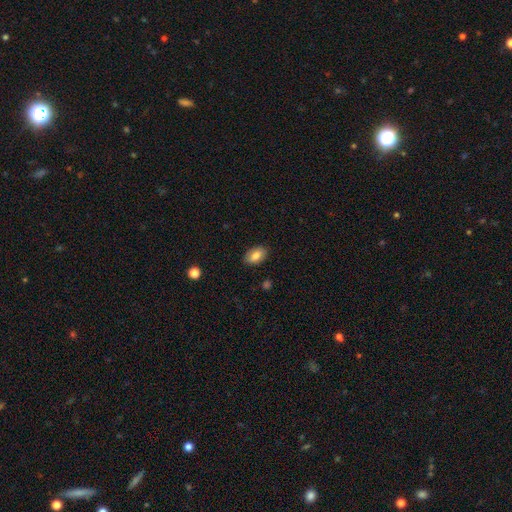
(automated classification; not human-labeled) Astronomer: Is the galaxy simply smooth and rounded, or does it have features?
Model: smooth — 83%.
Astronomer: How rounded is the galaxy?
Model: in between — 90%.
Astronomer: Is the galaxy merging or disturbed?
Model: none — 87%.